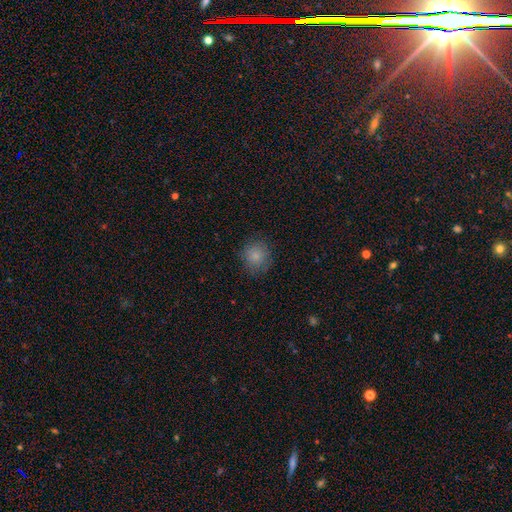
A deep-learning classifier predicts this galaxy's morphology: smooth_or_featured: smooth (p=0.84) [alt: star or artifact p=0.10]
how_rounded: round (p=0.89) [alt: in between p=0.10]
merging: none (p=0.83) [alt: minor disturbance p=0.12]